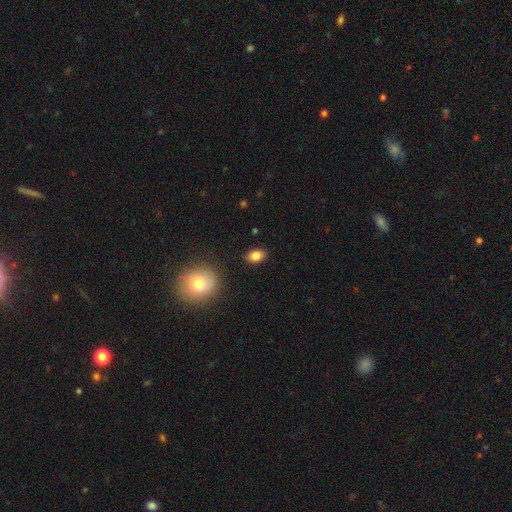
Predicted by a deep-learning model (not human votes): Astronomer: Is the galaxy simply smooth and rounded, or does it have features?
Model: smooth — 85%.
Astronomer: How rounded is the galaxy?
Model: in between — 84%.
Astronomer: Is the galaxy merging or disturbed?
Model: none — 88%.